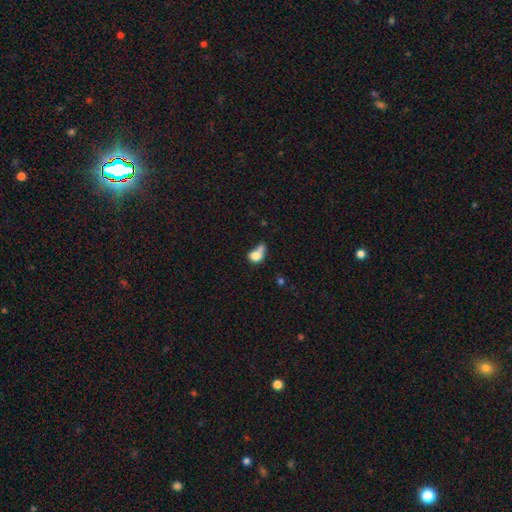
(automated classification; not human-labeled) Overall: smooth (74%). How rounded: in between (52%; round 46%). Merging: merger (47%; none 22%).